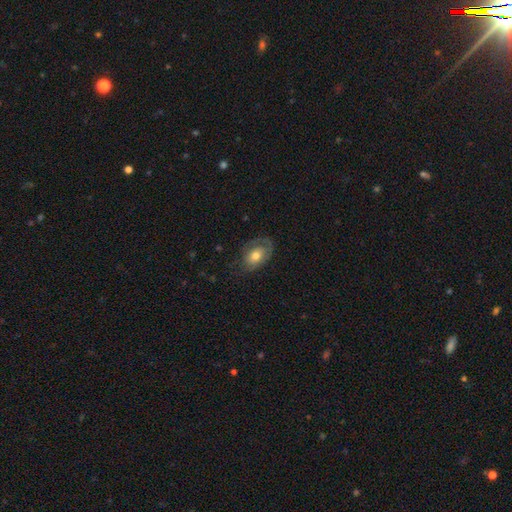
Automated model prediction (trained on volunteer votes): Q: Smooth or featured?
A: featured or disk (49%); runner-up: smooth (44%)
Q: Merging?
A: none (58%); runner-up: minor disturbance (24%)